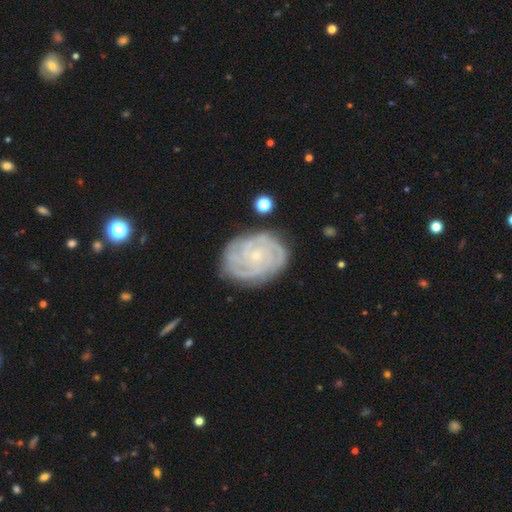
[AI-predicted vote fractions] This appears to be a featured or disk galaxy (84%) with no bar (78%), 3 (26%) tight (79%) spiral arms (97%) and a small central bulge (81%). Merging: none (80%).